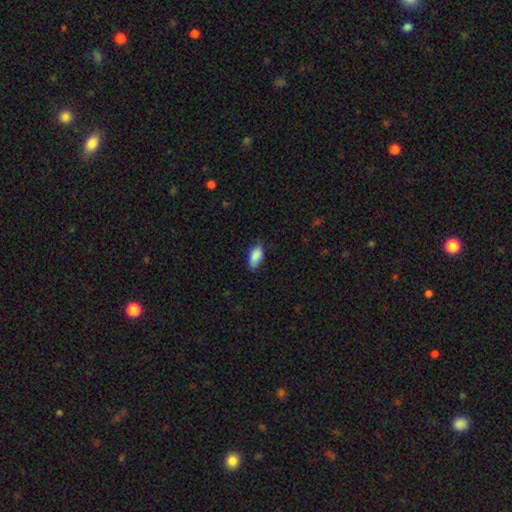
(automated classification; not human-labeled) The model was most divided on "merging": none: 69%, minor disturbance: 26%, major disturbance: 4%, merger: 1%. More confident: how rounded — in between (91%); smooth or featured — smooth (88%).